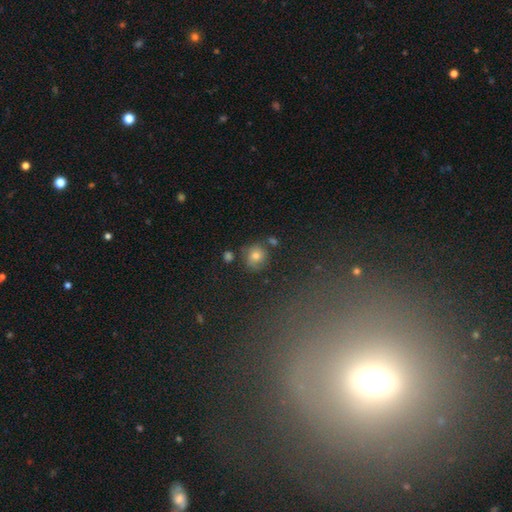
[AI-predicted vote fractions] Smooth or featured?
  - smooth: 67% *
  - featured or disk: 17%
  - star or artifact: 16%
How rounded?
  - round: 85% *
  - in between: 14%
  - cigar-shaped: 1%
Merging?
  - none: 76% *
  - minor disturbance: 12%
  - merger: 7%
  - major disturbance: 4%